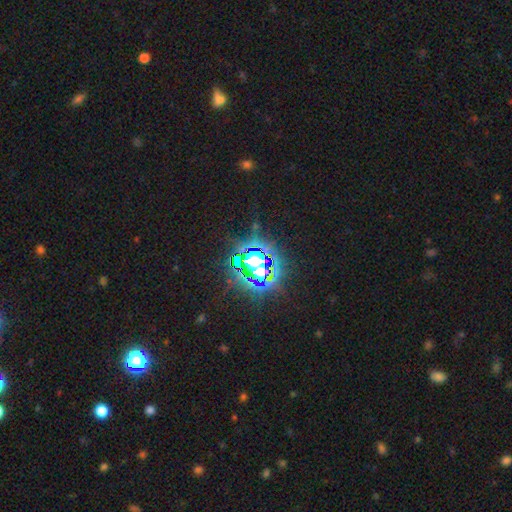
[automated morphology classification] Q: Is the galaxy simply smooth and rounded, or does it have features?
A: star or artifact — 82%.